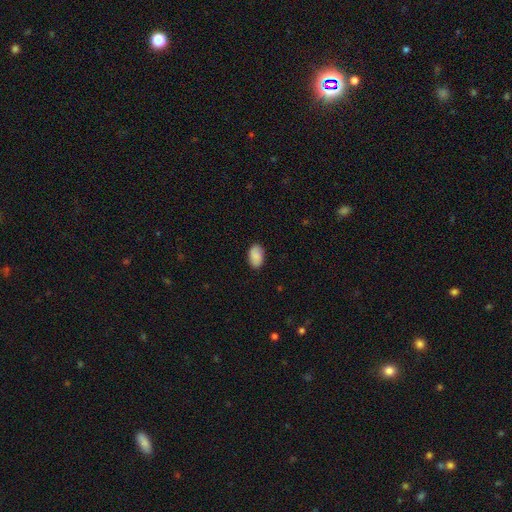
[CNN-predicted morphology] Smooth or featured: smooth — 88% (star or artifact — 7%)
How rounded: in between — 92% (round — 6%)
Merging: none — 87% (minor disturbance — 10%)